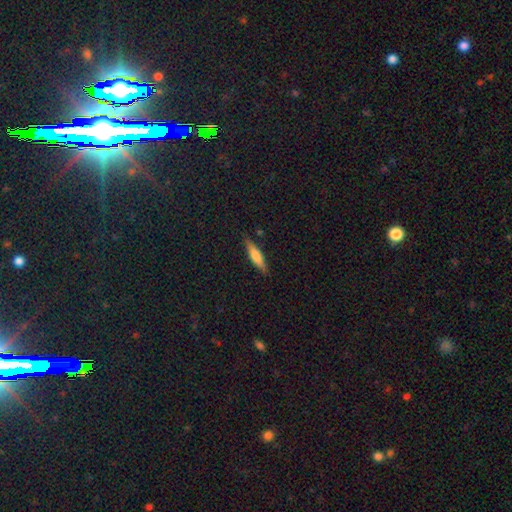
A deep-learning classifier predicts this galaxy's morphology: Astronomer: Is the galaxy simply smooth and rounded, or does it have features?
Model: smooth — 66%.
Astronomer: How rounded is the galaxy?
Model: cigar-shaped — 76%.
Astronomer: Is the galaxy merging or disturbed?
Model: none — 86%.